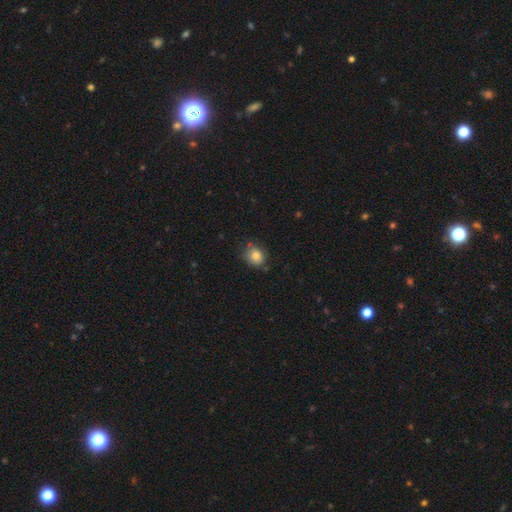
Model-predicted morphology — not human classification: smooth 82%, star or artifact 10%, featured or disk 7%. Down the decision tree: how rounded — round (66%); merging — none (72%).